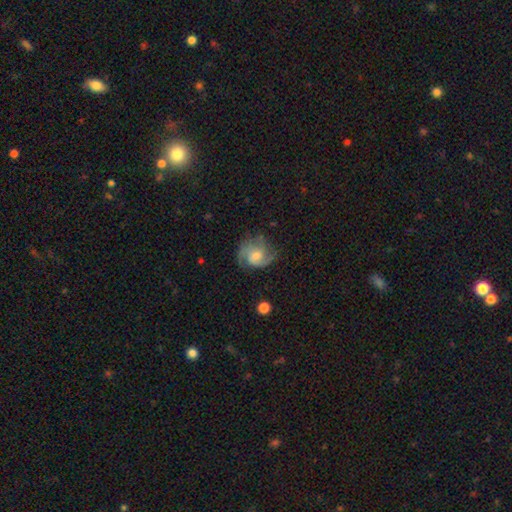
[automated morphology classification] type=featured or disk (76%); edge-on=no (98%); bar=no (60%); spiral arms=yes (95%); winding=medium (49%); arm count=3 (36%); bulge=moderate (51%); merging=none (67%).